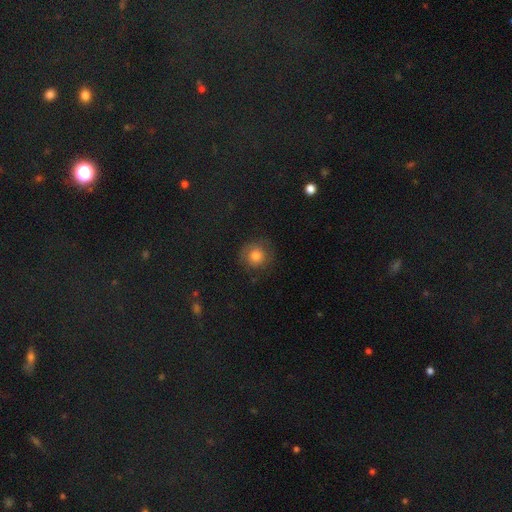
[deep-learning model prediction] A smooth galaxy with no disk features (66%) that is round (90%). Merging: none (76%).